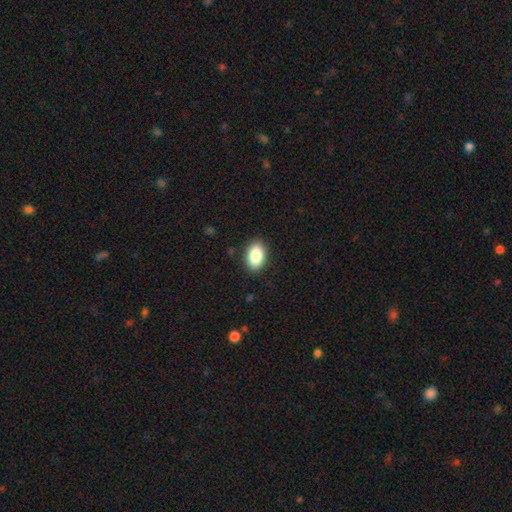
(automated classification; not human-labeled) Smooth or featured? Predicted: smooth (p=0.87). How rounded? Predicted: in between (p=0.91). Merging? Predicted: none (p=0.89).